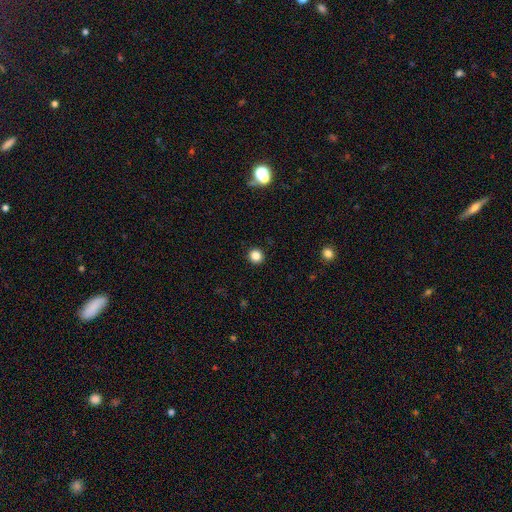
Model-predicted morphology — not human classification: A smooth galaxy with no disk features (85%) that is round (93%).

Vote fractions:
- Smooth or featured? smooth: 85% / star or artifact: 12% / featured or disk: 4%
- How rounded? round: 93% / in between: 6% / cigar-shaped: 1%
- Merging? none: 93% / minor disturbance: 4% / major disturbance: 2% / merger: 1%